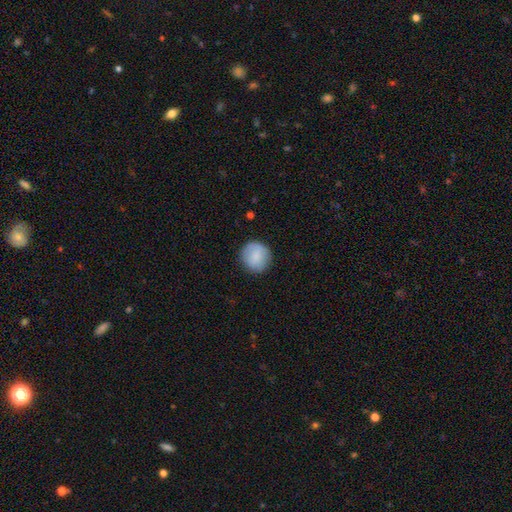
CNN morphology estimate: Smooth or featured?
  - smooth: 84% *
  - featured or disk: 10%
  - star or artifact: 6%
How rounded?
  - round: 92% *
  - in between: 7%
  - cigar-shaped: 1%
Merging?
  - none: 86% *
  - minor disturbance: 10%
  - major disturbance: 3%
  - merger: 1%